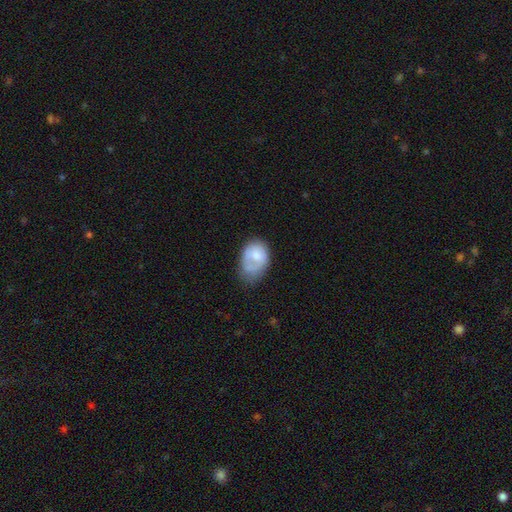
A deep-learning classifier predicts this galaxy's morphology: smooth 65%, featured or disk 29%, star or artifact 6%. Down the decision tree: how rounded — in between (80%); merging — minor disturbance (37%).